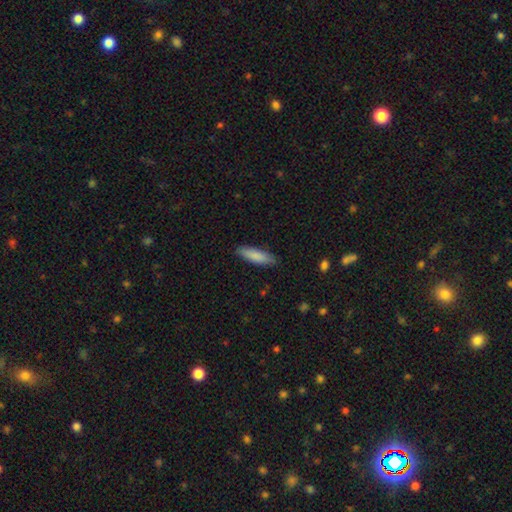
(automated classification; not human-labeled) The model was most divided on "how rounded": cigar-shaped: 58%, in between: 41%, round: 1%. More confident: merging — none (86%); smooth or featured — smooth (86%).